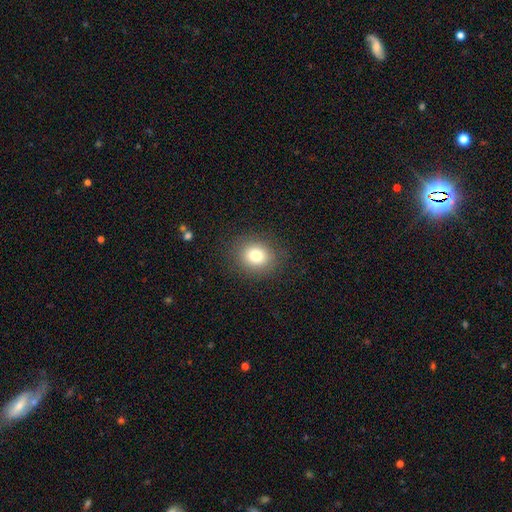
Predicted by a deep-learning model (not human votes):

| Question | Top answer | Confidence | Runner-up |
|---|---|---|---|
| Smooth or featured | smooth | 79% | star or artifact (11%) |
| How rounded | round | 71% | in between (28%) |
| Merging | none | 87% | minor disturbance (9%) |